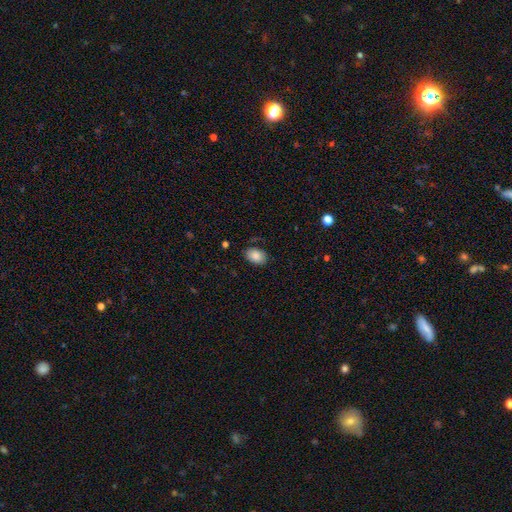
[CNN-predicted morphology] A smooth galaxy with no disk features (85%) that is in between round and cigar-shaped (83%). Merging: none (81%).